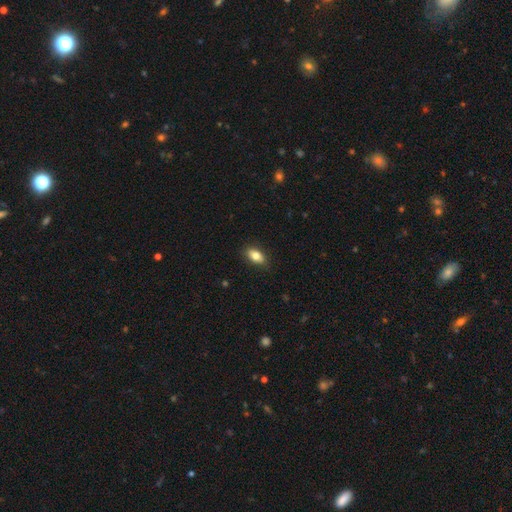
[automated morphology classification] Smooth or featured? smooth (81%)
How rounded? in between (89%)
Merging? none (85%)